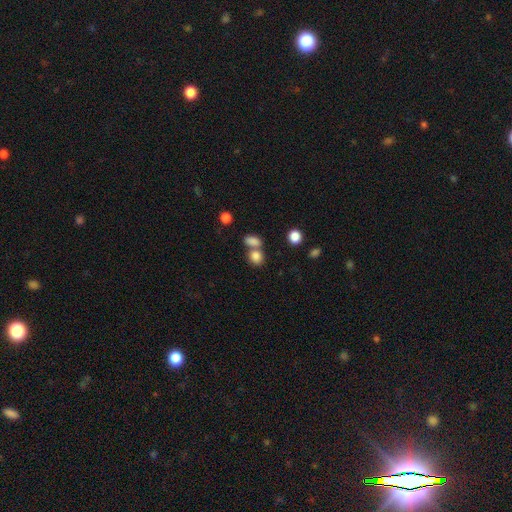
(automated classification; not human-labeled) This appears to be a smooth galaxy with no disk features (83%) that is round (55%). Merging: none (45%).